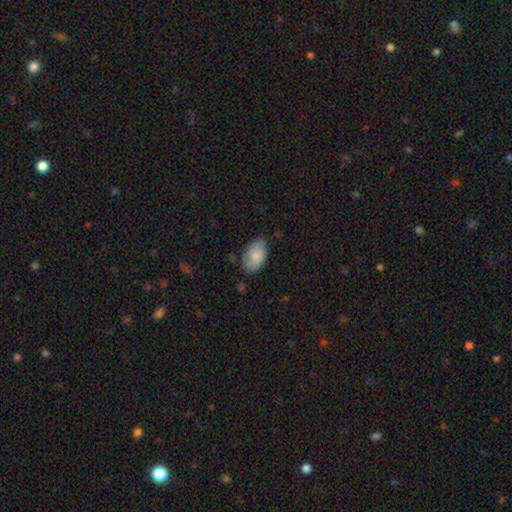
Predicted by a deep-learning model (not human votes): Smooth or featured? Predicted: smooth (p=0.78). How rounded? Predicted: in between (p=0.93). Merging? Predicted: none (p=0.65).